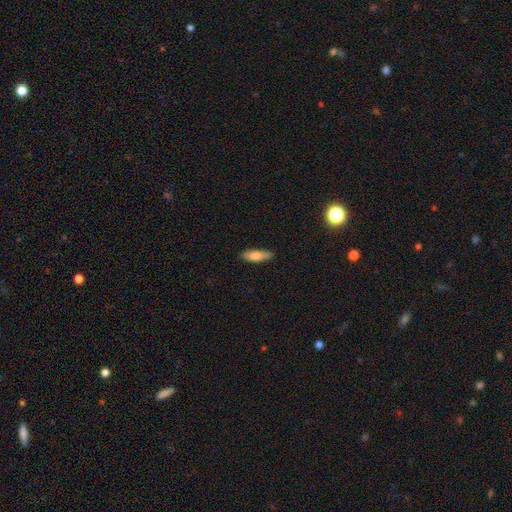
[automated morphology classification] This is likely a smooth galaxy (77%). How rounded: possibly in between (51%). Merging: clearly none (85%).